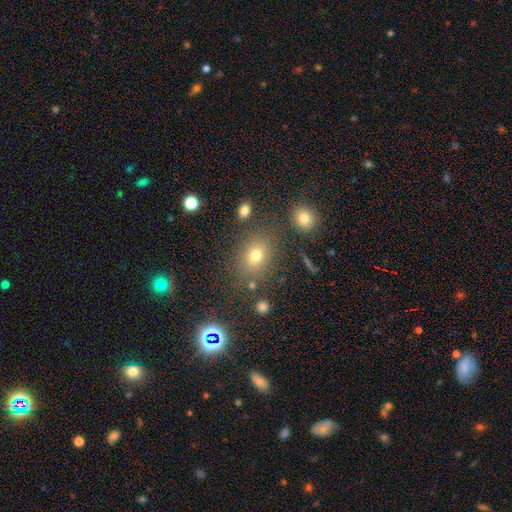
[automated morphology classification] Overall: smooth (67%). How rounded: in between (52%; round 47%). Merging: none (79%).